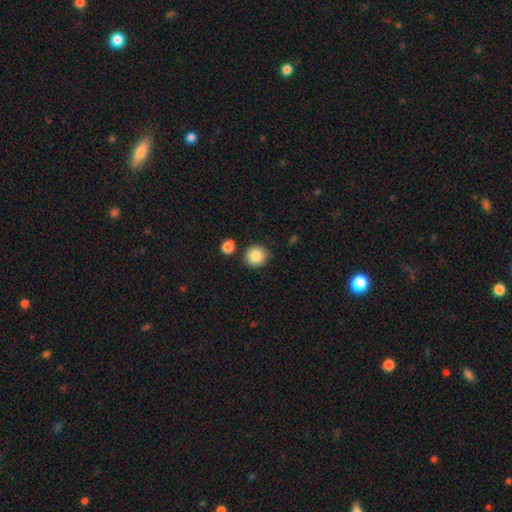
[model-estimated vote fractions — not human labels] Smooth or featured? smooth (86%)
How rounded? round (91%)
Merging? none (86%)